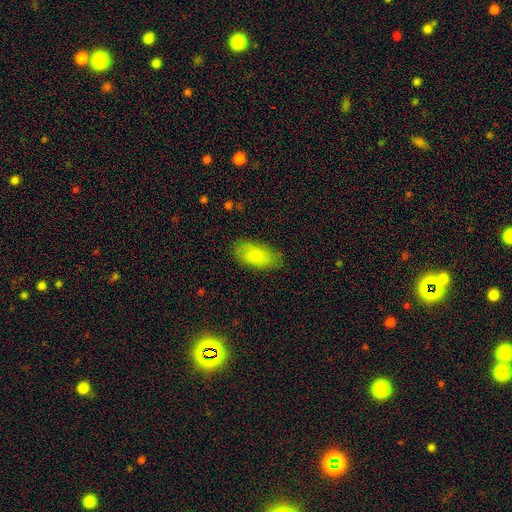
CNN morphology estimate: Smooth or featured? smooth (81%)
How rounded? in between (93%)
Merging? none (76%)